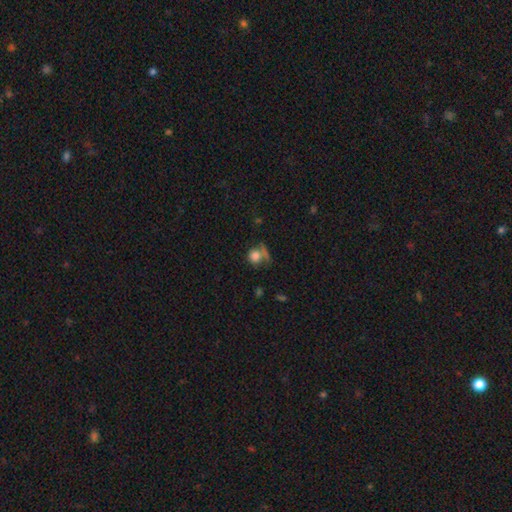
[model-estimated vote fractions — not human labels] smooth 77%, star or artifact 13%, featured or disk 10%. Down the decision tree: how rounded — round (83%); merging — none (51%).